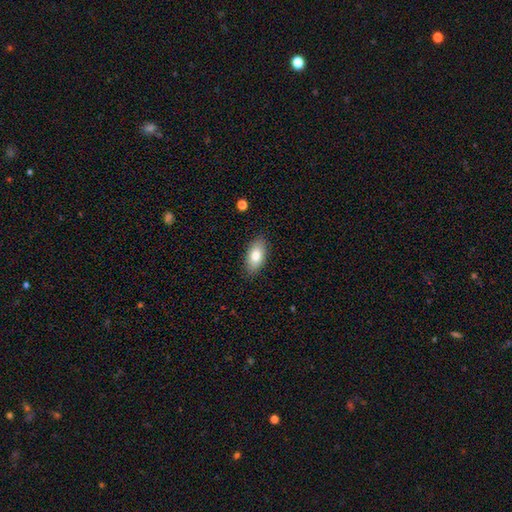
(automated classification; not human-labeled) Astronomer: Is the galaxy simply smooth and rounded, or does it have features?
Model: smooth — 79%.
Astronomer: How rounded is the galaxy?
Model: in between — 91%.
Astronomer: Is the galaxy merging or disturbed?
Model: none — 86%.